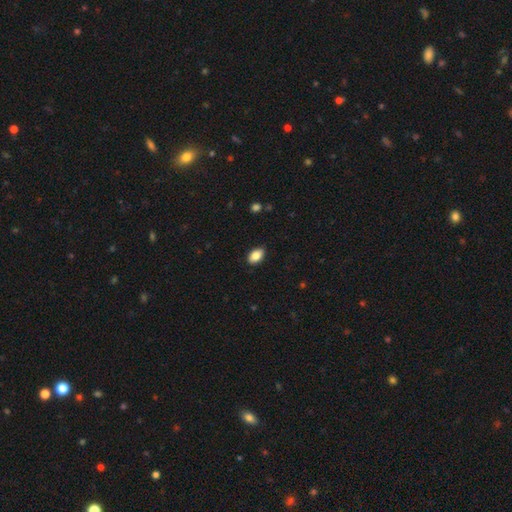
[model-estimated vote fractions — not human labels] A smooth galaxy with no disk features (86%) that is in between round and cigar-shaped (91%).

Vote fractions:
- Smooth or featured? smooth: 86% / star or artifact: 8% / featured or disk: 7%
- How rounded? in between: 91% / round: 8% / cigar-shaped: 2%
- Merging? none: 89% / minor disturbance: 8% / major disturbance: 2% / merger: 1%